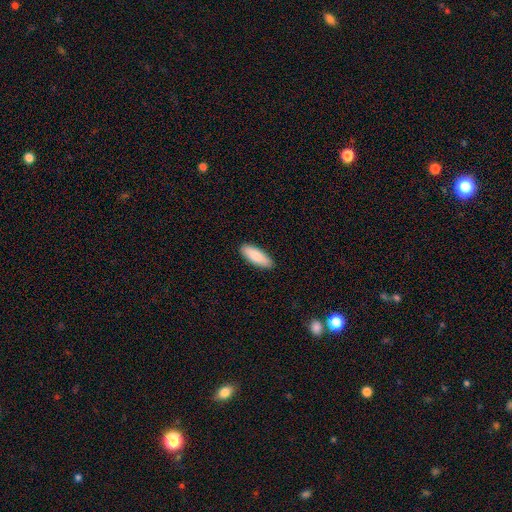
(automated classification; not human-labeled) Smooth or featured? smooth (87%)
How rounded? in between (68%)
Merging? none (89%)